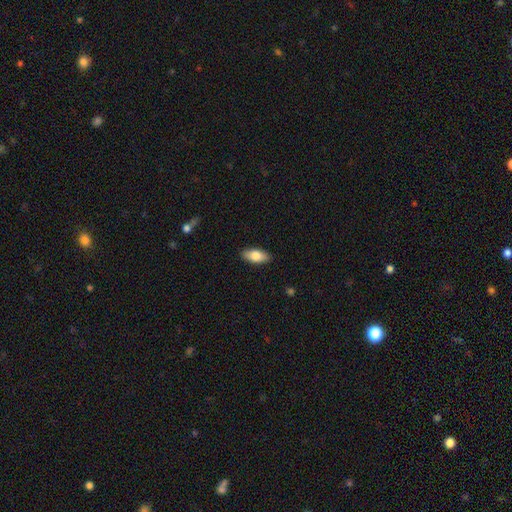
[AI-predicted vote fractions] A smooth galaxy with no disk features (77%) that is in between round and cigar-shaped (86%). Merging: none (89%).